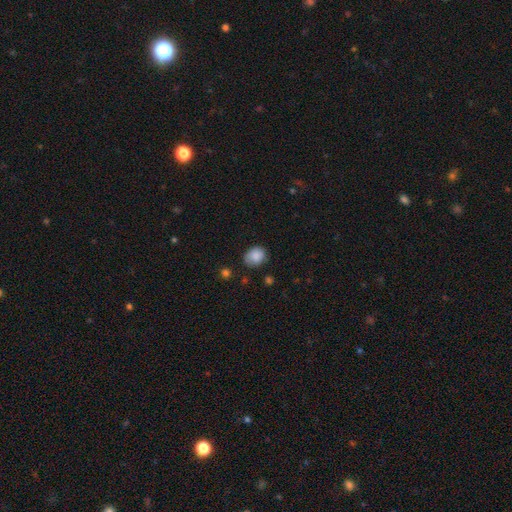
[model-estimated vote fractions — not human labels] A smooth galaxy with no disk features (85%) that is round (56%). Merging: none (66%).